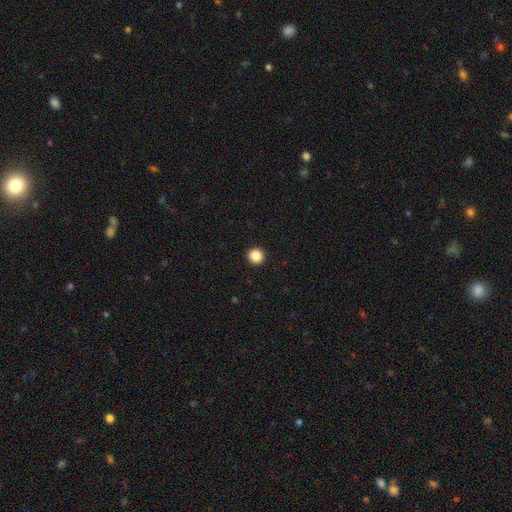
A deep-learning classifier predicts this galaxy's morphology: Smooth or featured? smooth (87%)
How rounded? round (97%)
Merging? none (94%)